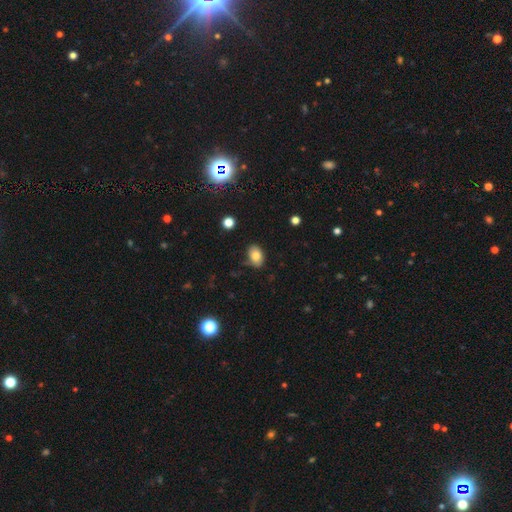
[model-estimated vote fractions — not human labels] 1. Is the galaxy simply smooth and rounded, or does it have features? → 81% smooth, 9% featured or disk, 9% star or artifact.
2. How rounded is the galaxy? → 82% in between, 17% round, 1% cigar-shaped.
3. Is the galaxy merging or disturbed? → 77% none, 18% minor disturbance, 3% major disturbance, 2% merger.